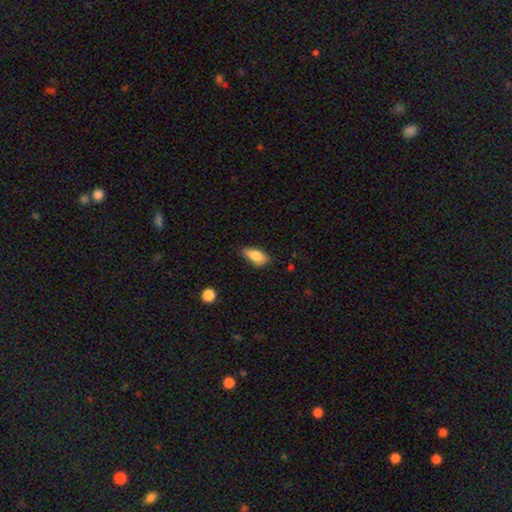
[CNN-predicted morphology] Smooth or featured? Predicted: smooth (p=0.78). How rounded? Predicted: in between (p=0.82). Merging? Predicted: none (p=0.68).